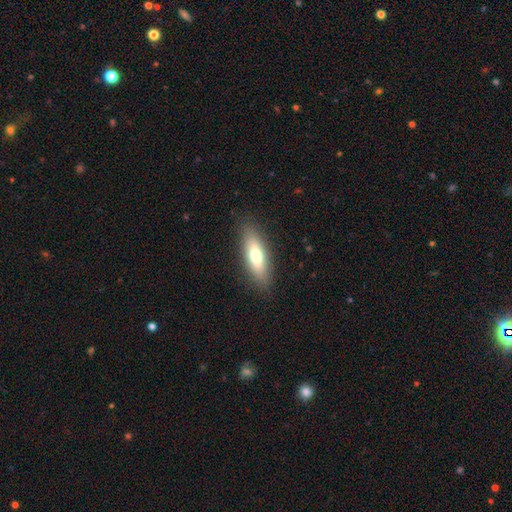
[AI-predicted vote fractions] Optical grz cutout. It shows a smooth galaxy with no disk features (67%) that is in between round and cigar-shaped (58%). Merging: none (87%).